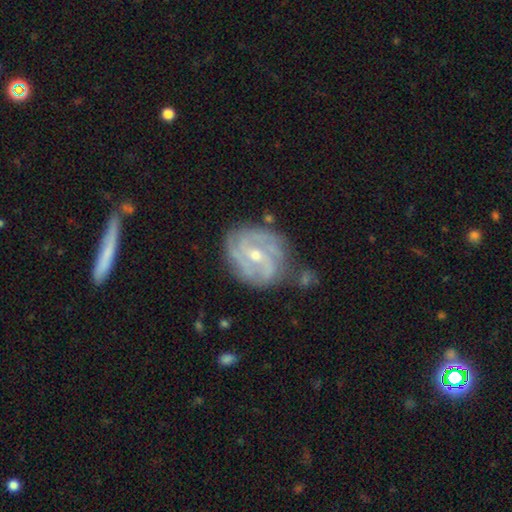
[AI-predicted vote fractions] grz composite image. It shows a featured or disk galaxy (88%) with a weak bar (45%), 3 (37%) tight (57%) spiral arms (96%) and a moderate central bulge (54%). Merging: none (71%).